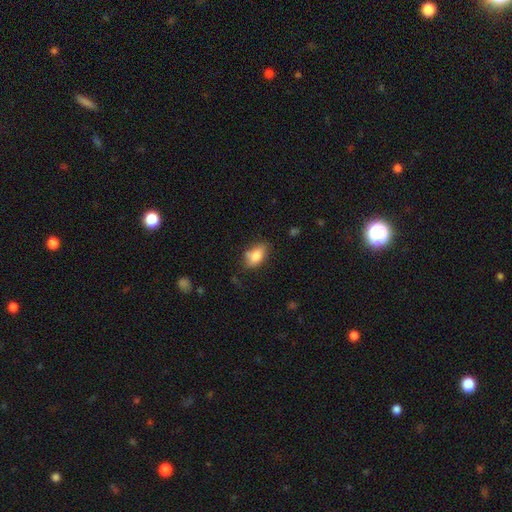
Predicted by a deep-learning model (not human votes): This is likely a smooth galaxy (80%). How rounded: clearly in between (89%). Merging: likely none (62%).